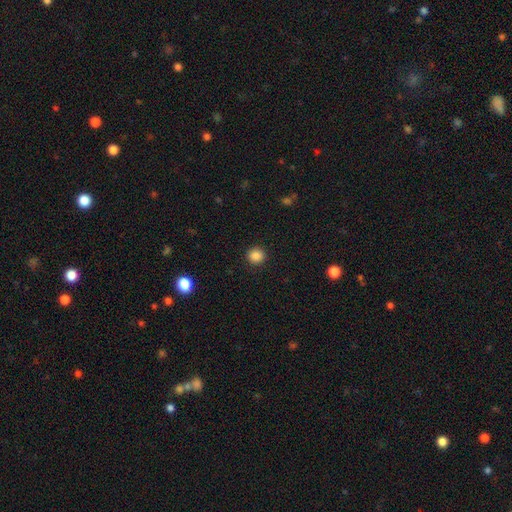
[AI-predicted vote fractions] Morphology: type=smooth (87%); roundness=round (90%); merging=none (92%).